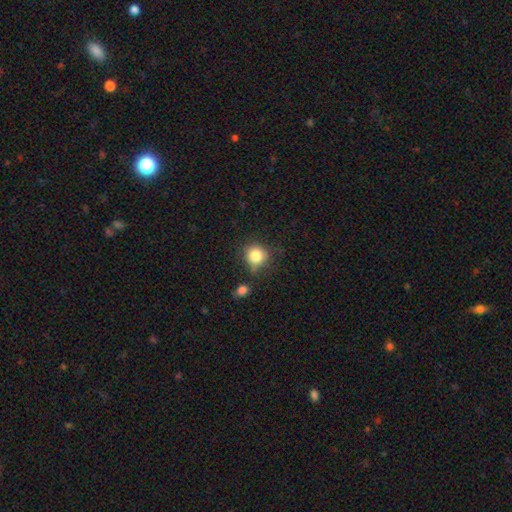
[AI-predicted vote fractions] Smooth or featured?
  - smooth: 83% *
  - star or artifact: 11%
  - featured or disk: 6%
How rounded?
  - round: 88% *
  - in between: 11%
  - cigar-shaped: 1%
Merging?
  - none: 71% *
  - minor disturbance: 18%
  - merger: 6%
  - major disturbance: 5%